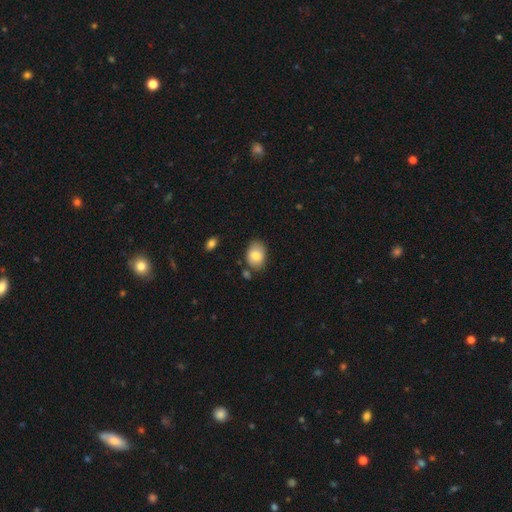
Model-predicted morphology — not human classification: type=smooth (82%); roundness=in between (74%); merging=none (71%).